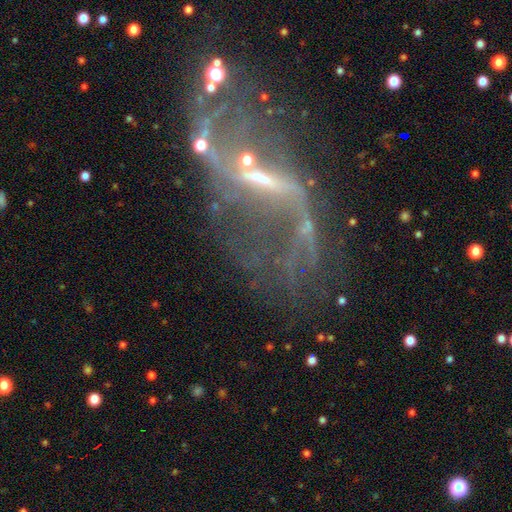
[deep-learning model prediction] Q: Smooth or featured?
A: featured or disk (79%); runner-up: star or artifact (14%)
Q: Edge-on disk?
A: no (92%); runner-up: yes (8%)
Q: Bar?
A: strong (42%); runner-up: weak (38%)
Q: Spiral arms?
A: yes (76%); runner-up: no (24%)
Q: Spiral winding?
A: loose (85%); runner-up: medium (11%)
Q: Spiral arm count?
A: 2 (75%); runner-up: 1 (10%)
Q: Bulge size?
A: small (50%); runner-up: none (29%)
Q: Merging?
A: none (39%); runner-up: major disturbance (32%)